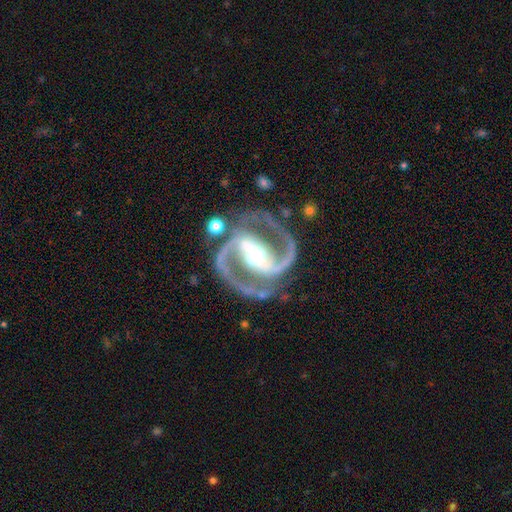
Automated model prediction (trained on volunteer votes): Overall: featured or disk (94%). Edge-on disk: no (98%). Bar: strong (59%; weak 26%). Spiral arms: yes (98%). Spiral arm count: 2 (94%). Spiral winding: medium (68%). Bulge size: moderate (71%). Merging: none (78%).